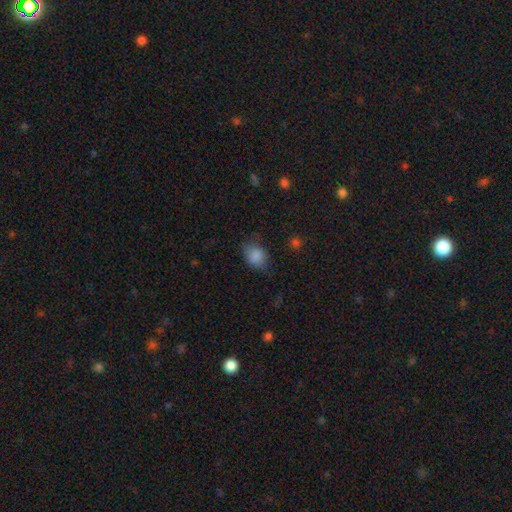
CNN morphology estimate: Smooth or featured: smooth — 86% (star or artifact — 9%)
How rounded: in between — 60% (round — 39%)
Merging: none — 67% (minor disturbance — 25%)